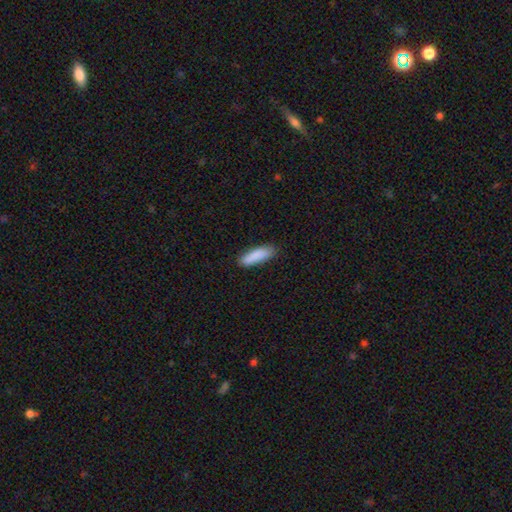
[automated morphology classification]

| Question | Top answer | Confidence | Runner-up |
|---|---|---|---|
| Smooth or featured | smooth | 87% | featured or disk (7%) |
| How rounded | cigar-shaped | 54% | in between (45%) |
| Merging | none | 80% | minor disturbance (16%) |